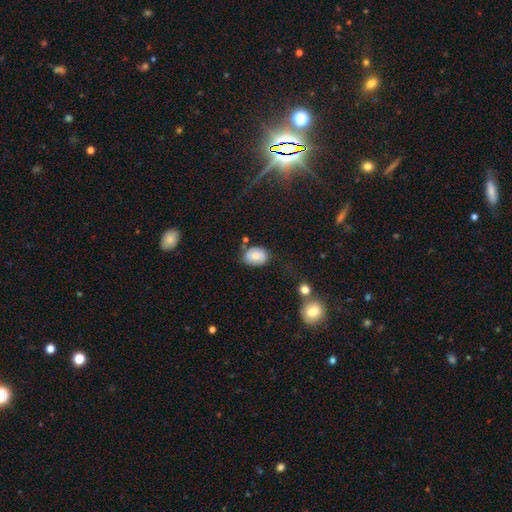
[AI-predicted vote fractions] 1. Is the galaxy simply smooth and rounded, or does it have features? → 75% smooth, 17% featured or disk, 9% star or artifact.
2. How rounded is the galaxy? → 68% in between, 31% round, 1% cigar-shaped.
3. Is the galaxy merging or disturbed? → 69% none, 20% minor disturbance, 6% merger, 5% major disturbance.